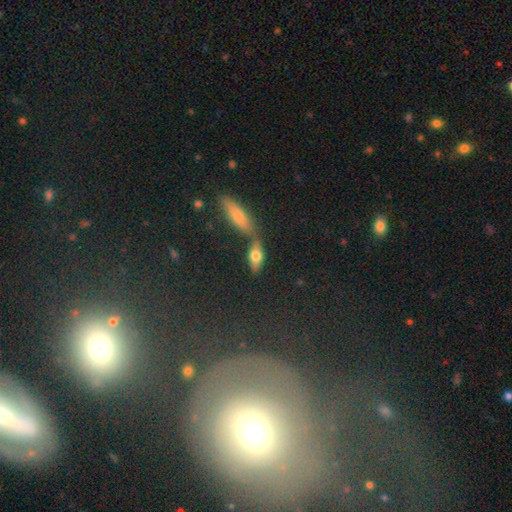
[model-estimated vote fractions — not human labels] A smooth galaxy with no disk features (69%) that is in between round and cigar-shaped (70%).

Vote fractions:
- Smooth or featured? smooth: 69% / featured or disk: 20% / star or artifact: 11%
- How rounded? in between: 70% / cigar-shaped: 22% / round: 7%
- Merging? none: 57% / merger: 26% / minor disturbance: 12% / major disturbance: 5%